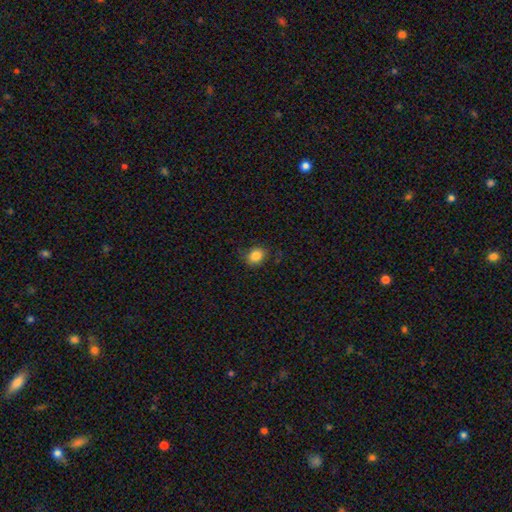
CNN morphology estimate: smooth_or_featured: smooth (p=0.85) [alt: star or artifact p=0.10]
how_rounded: round (p=0.60) [alt: in between p=0.39]
merging: none (p=0.81) [alt: minor disturbance p=0.14]